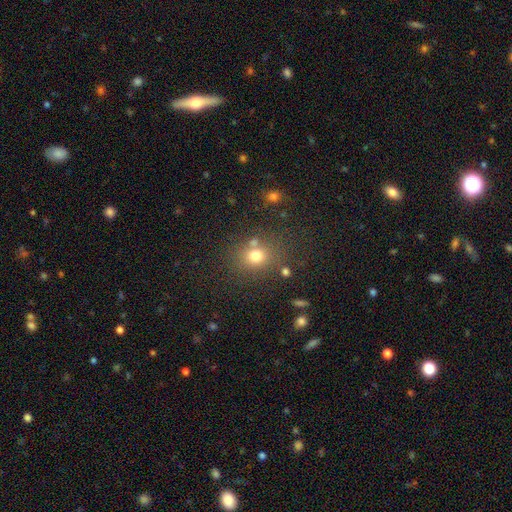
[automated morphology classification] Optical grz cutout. It shows a smooth galaxy with no disk features (73%) that is round (71%). Merging: none (70%).